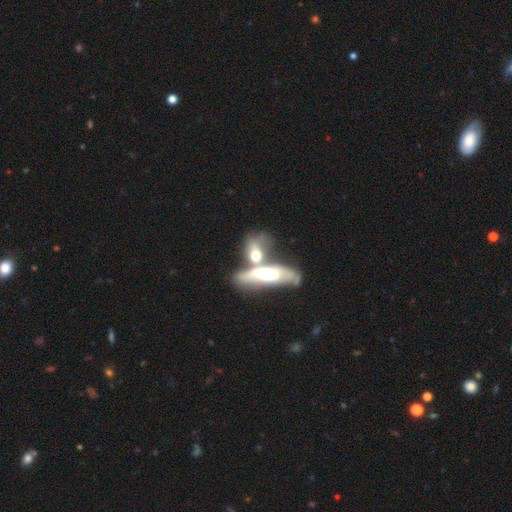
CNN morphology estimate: Smooth or featured? Predicted: featured or disk (p=0.47). Merging? Predicted: merger (p=0.67).